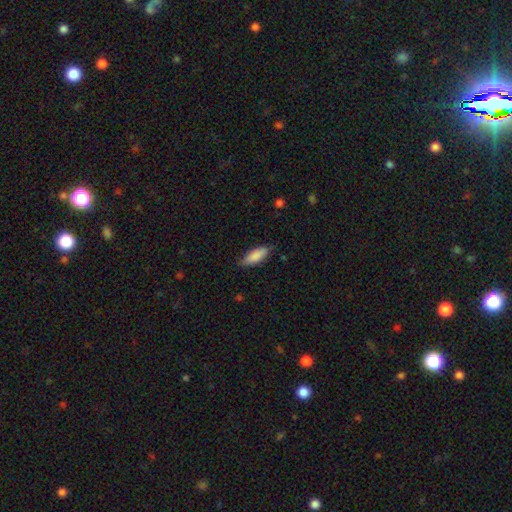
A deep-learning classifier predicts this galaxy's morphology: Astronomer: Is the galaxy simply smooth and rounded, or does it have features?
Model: smooth — 85%.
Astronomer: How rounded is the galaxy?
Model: in between — 67%.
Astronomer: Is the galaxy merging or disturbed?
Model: none — 77%.